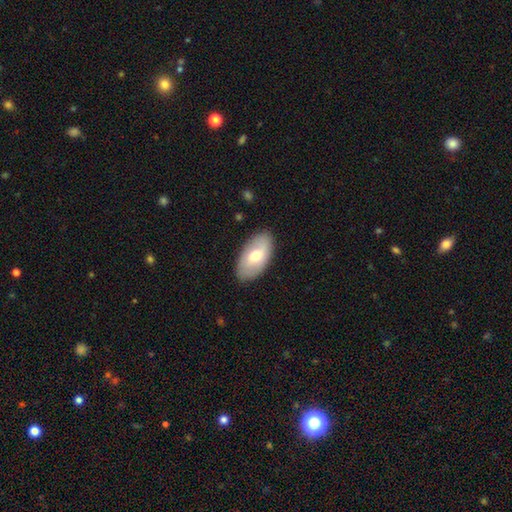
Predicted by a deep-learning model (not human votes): The model was most divided on "smooth or featured": smooth: 59%, featured or disk: 35%, star or artifact: 6%. More confident: how rounded — in between (94%); merging — none (86%).